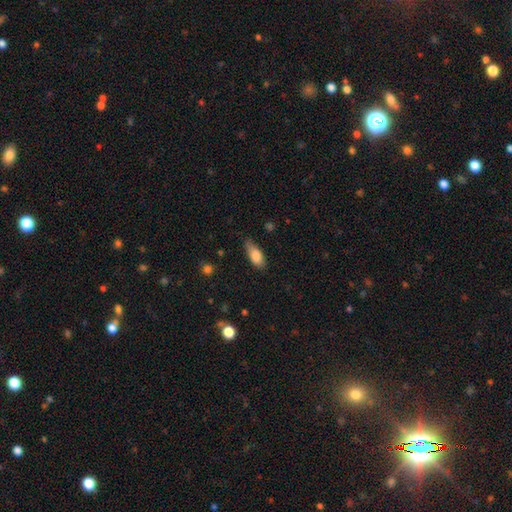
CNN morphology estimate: smooth_or_featured: smooth (p=0.82) [alt: featured or disk p=0.11]
how_rounded: in between (p=0.79) [alt: cigar-shaped p=0.18]
merging: none (p=0.67) [alt: minor disturbance p=0.26]